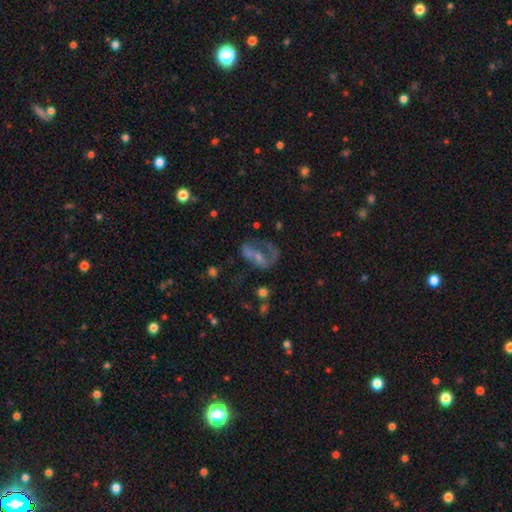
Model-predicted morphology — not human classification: Smooth or featured?
  - featured or disk: 57% *
  - smooth: 27%
  - star or artifact: 16%
Edge-on disk?
  - no: 97% *
  - yes: 3%
Bar?
  - no: 65% *
  - weak: 24%
  - strong: 10%
Spiral arms?
  - no: 57% *
  - yes: 43%
Bulge size?
  - small: 34% *
  - none: 33%
  - moderate: 26%
  - large: 5%
  - dominant: 2%
Merging?
  - major disturbance: 42% *
  - none: 29%
  - minor disturbance: 15%
  - merger: 14%